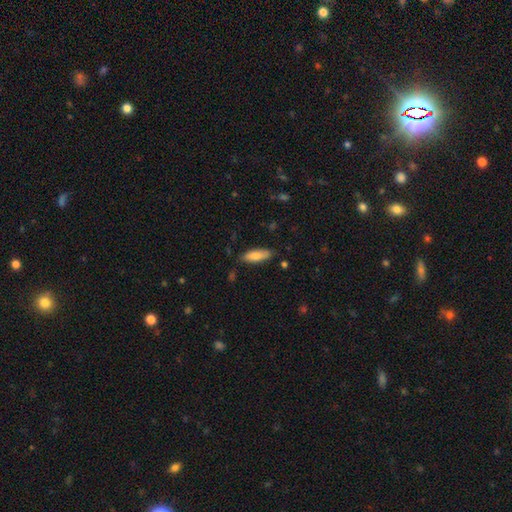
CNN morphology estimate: Smooth or featured? smooth (79%)
How rounded? in between (59%)
Merging? none (81%)